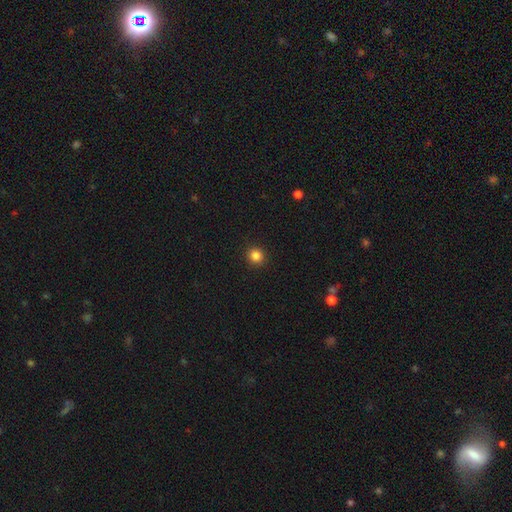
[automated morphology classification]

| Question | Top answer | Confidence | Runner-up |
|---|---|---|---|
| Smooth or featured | smooth | 85% | star or artifact (12%) |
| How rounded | round | 91% | in between (8%) |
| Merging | none | 92% | minor disturbance (5%) |